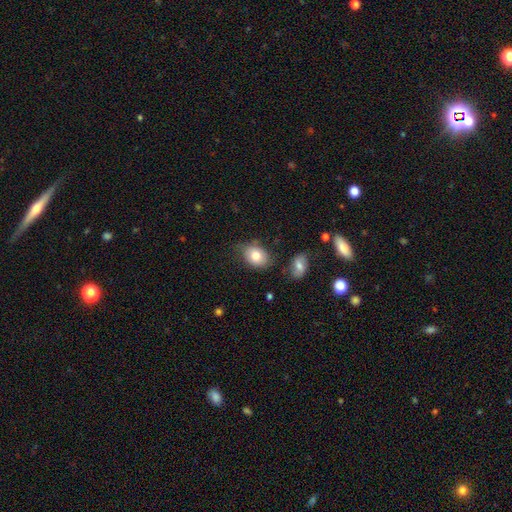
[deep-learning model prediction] Smooth or featured? smooth (79%)
How rounded? in between (70%)
Merging? none (67%)